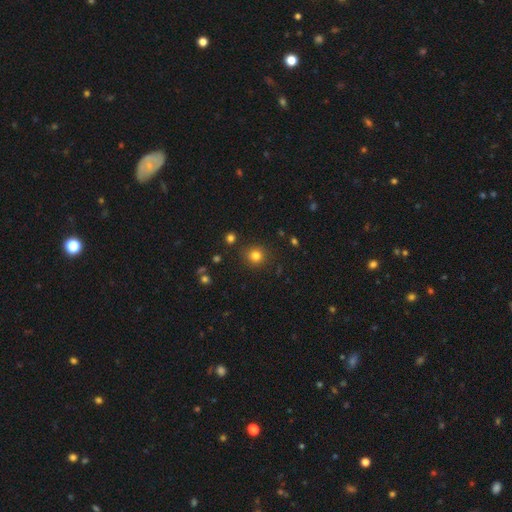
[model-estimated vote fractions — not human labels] A smooth galaxy with no disk features (80%) that is round (90%).

Vote fractions:
- Smooth or featured? smooth: 80% / star or artifact: 14% / featured or disk: 6%
- How rounded? round: 90% / in between: 9% / cigar-shaped: 1%
- Merging? none: 88% / minor disturbance: 7% / major disturbance: 2% / merger: 2%